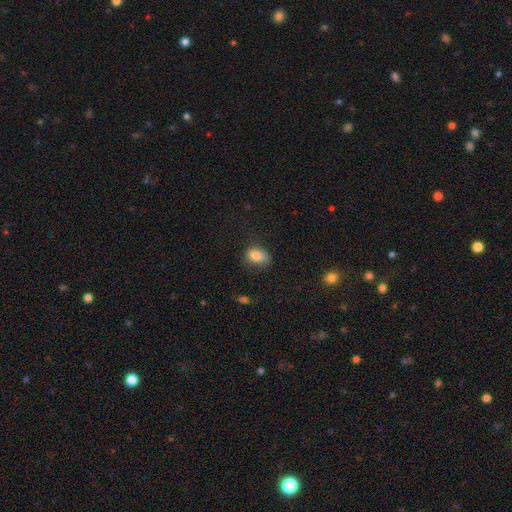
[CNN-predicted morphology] Smooth or featured? smooth (82%)
How rounded? in between (77%)
Merging? none (52%)